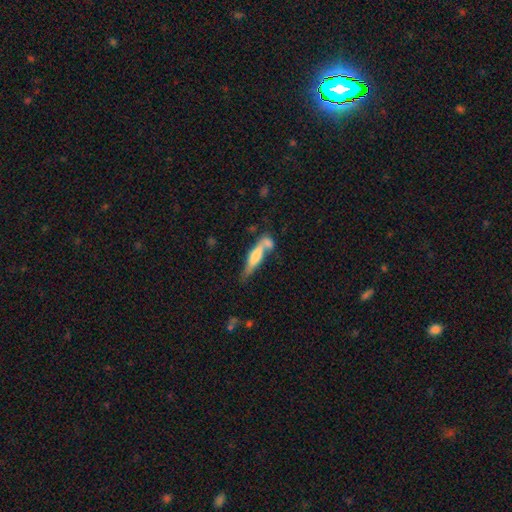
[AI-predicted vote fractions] Q: Smooth or featured?
A: smooth (58%); runner-up: featured or disk (35%)
Q: How rounded?
A: cigar-shaped (73%); runner-up: in between (24%)
Q: Merging?
A: merger (39%); runner-up: none (36%)